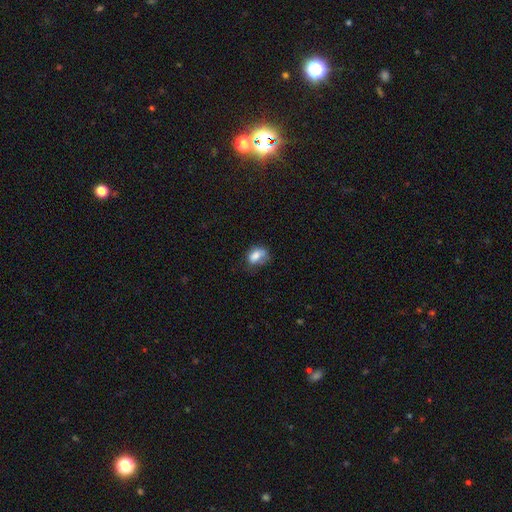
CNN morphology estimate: Q: Smooth or featured?
A: smooth (77%); runner-up: featured or disk (13%)
Q: How rounded?
A: in between (80%); runner-up: round (18%)
Q: Merging?
A: none (38%); runner-up: minor disturbance (34%)